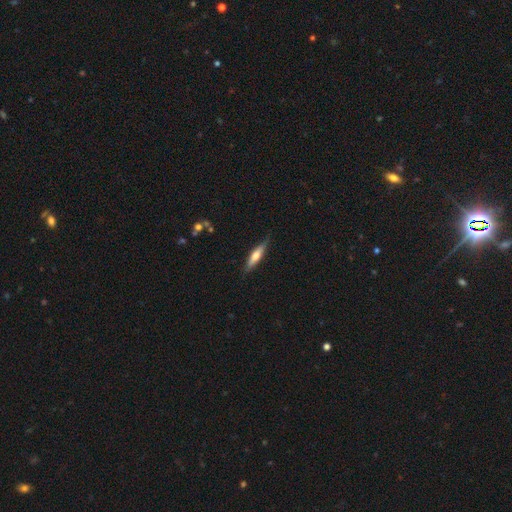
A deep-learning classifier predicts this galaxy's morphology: Smooth or featured: smooth — 52% (featured or disk — 42%)
How rounded: cigar-shaped — 78% (in between — 21%)
Merging: none — 82% (minor disturbance — 14%)